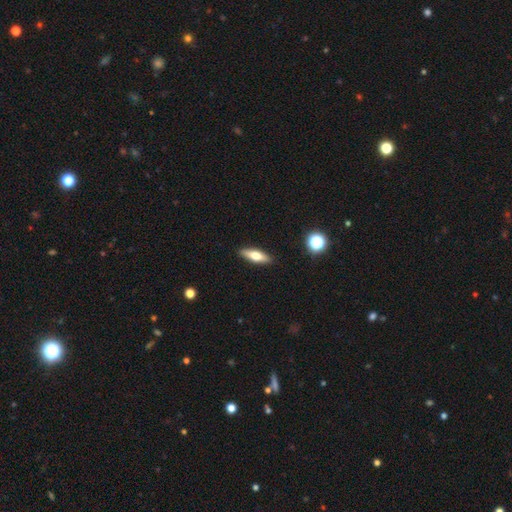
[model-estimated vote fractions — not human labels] Smooth or featured?
  - smooth: 62% *
  - featured or disk: 31%
  - star or artifact: 7%
How rounded?
  - cigar-shaped: 52% *
  - in between: 45%
  - round: 3%
Merging?
  - none: 90% *
  - minor disturbance: 7%
  - major disturbance: 2%
  - merger: 1%